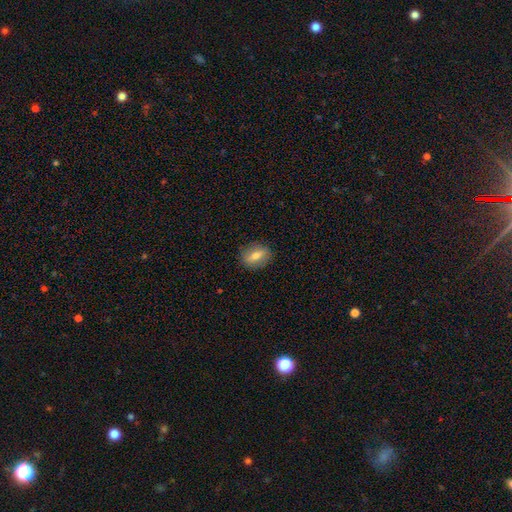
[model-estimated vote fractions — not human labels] smooth 66%, featured or disk 26%, star or artifact 8%. Down the decision tree: how rounded — in between (61%); merging — none (87%).